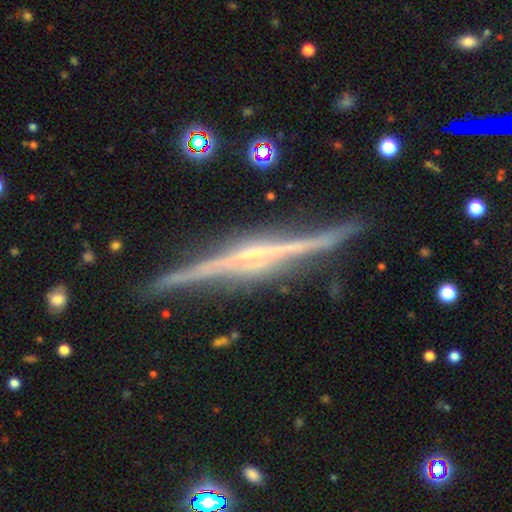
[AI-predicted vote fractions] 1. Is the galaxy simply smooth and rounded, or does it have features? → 89% featured or disk, 6% smooth, 5% star or artifact.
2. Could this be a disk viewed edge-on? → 98% yes, 2% no.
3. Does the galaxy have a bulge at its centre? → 55% rounded, 26% none, 19% boxy.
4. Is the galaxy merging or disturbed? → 88% none, 8% minor disturbance, 2% major disturbance, 2% merger.